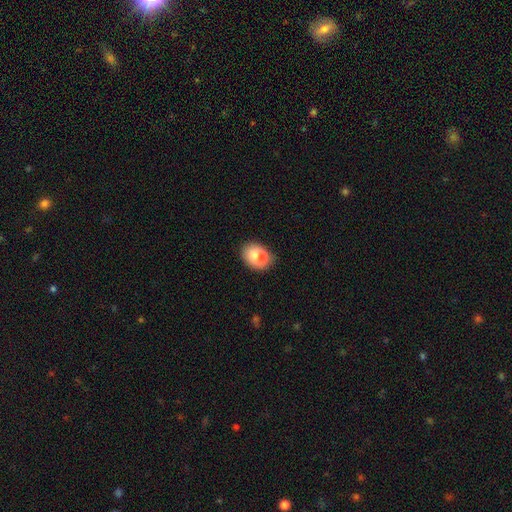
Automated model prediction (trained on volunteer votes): Smooth or featured? Predicted: smooth (p=0.78). How rounded? Predicted: in between (p=0.79). Merging? Predicted: none (p=0.64).